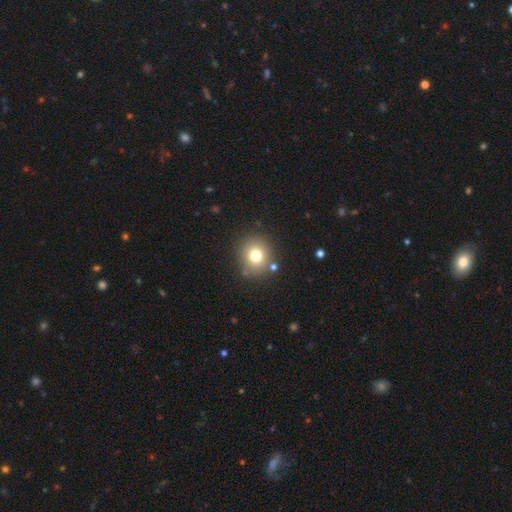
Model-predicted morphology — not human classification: This is likely a smooth galaxy (75%). How rounded: clearly round (86%). Merging: clearly none (84%).